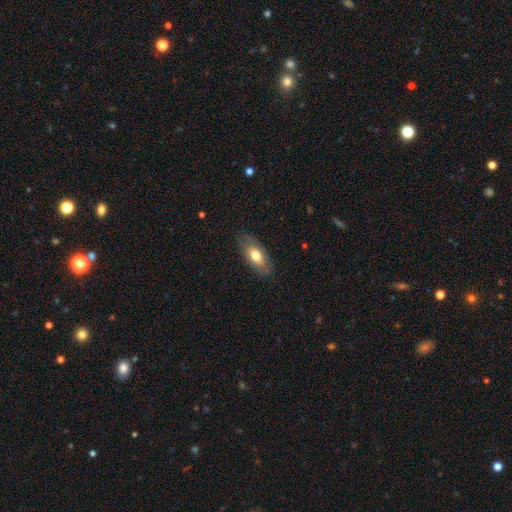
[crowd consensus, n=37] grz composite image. It shows a smooth galaxy with no disk features (62%) that is in between round and cigar-shaped (91%). Merging: none (77%).